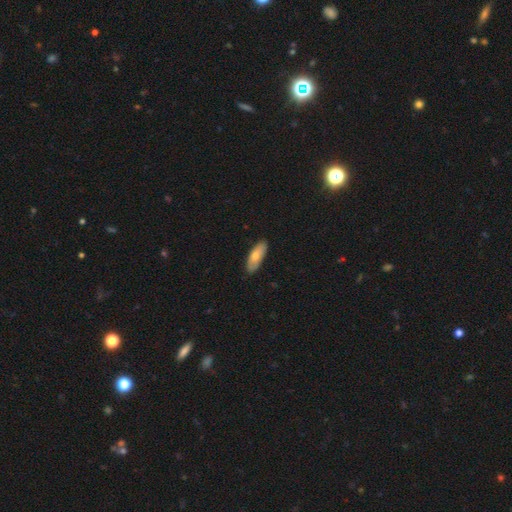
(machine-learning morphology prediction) Smooth or featured? Predicted: smooth (p=0.71). How rounded? Predicted: in between (p=0.71). Merging? Predicted: none (p=0.87).